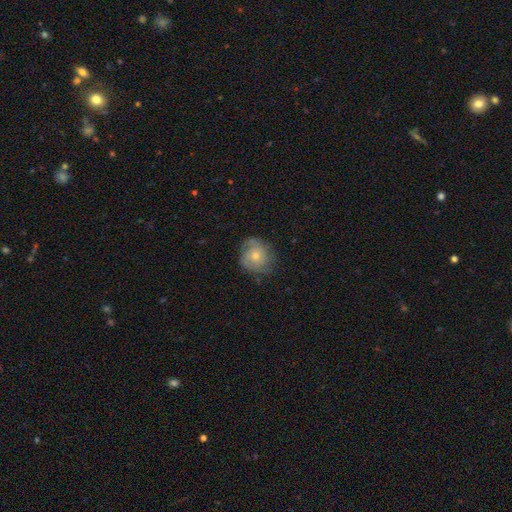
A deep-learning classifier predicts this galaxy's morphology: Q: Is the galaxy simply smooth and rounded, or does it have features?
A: featured or disk — 46%, tied with smooth.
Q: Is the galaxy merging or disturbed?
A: none — 71%.